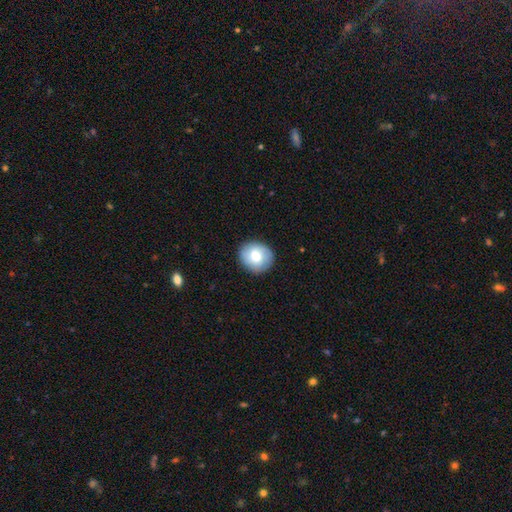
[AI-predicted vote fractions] smooth-or-featured: smooth: 67% | featured or disk: 26% | star or artifact: 7%
  how-rounded: round: 78% | in between: 21% | cigar-shaped: 1%
  merging: none: 87% | minor disturbance: 9% | major disturbance: 2% | merger: 1%